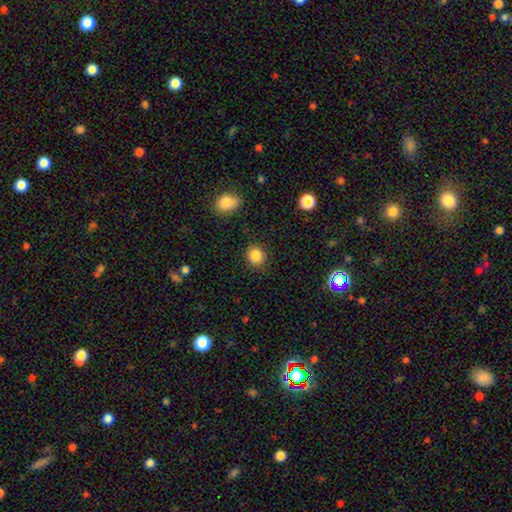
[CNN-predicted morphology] type=smooth (86%); roundness=round (82%); merging=none (85%).